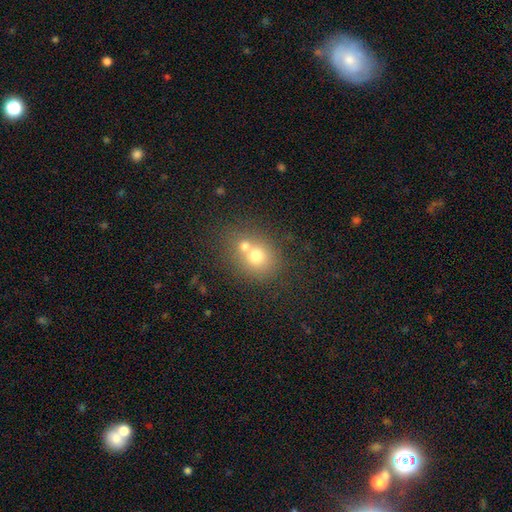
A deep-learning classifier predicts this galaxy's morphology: A smooth galaxy with no disk features (69%) that is round (76%).

Vote fractions:
- Smooth or featured? smooth: 69% / featured or disk: 18% / star or artifact: 13%
- How rounded? round: 76% / in between: 23% / cigar-shaped: 1%
- Merging? merger: 50% / none: 39% / minor disturbance: 7% / major disturbance: 3%